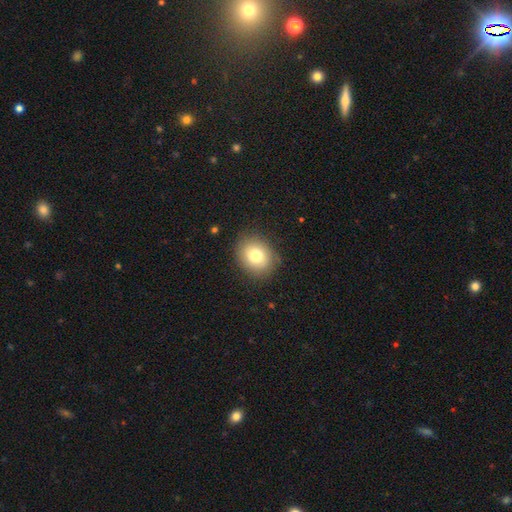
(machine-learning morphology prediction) The model was most divided on "how rounded": round: 63%, in between: 36%, cigar-shaped: 1%. More confident: merging — none (84%); smooth or featured — smooth (77%).